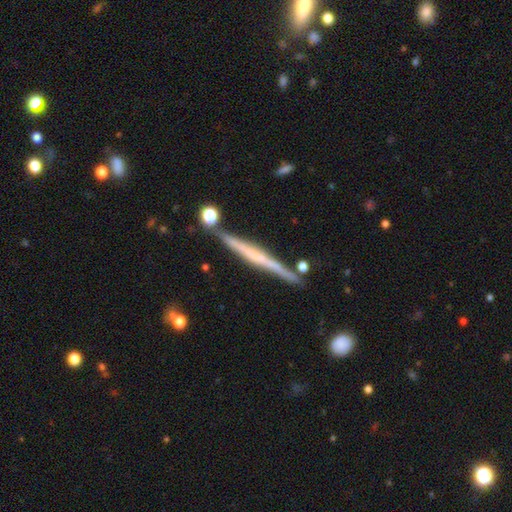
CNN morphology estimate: Smooth or featured: featured or disk — 70% (smooth — 24%)
Edge-on disk: yes — 98% (no — 2%)
Edge-on bulge: none — 63% (rounded — 22%)
Merging: none — 84% (minor disturbance — 10%)